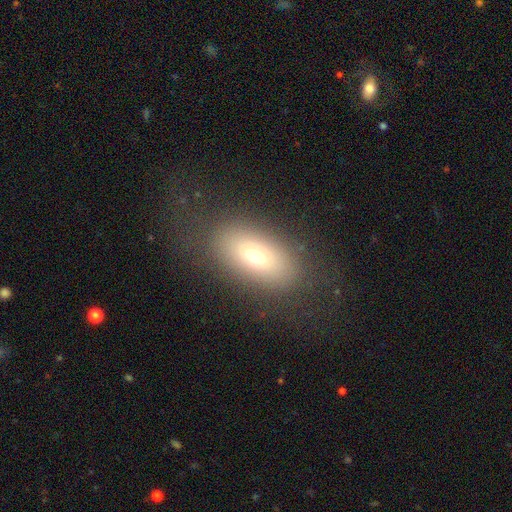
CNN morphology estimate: The model was most divided on "smooth or featured": smooth: 67%, featured or disk: 21%, star or artifact: 12%. More confident: how rounded — in between (86%); merging — none (76%).